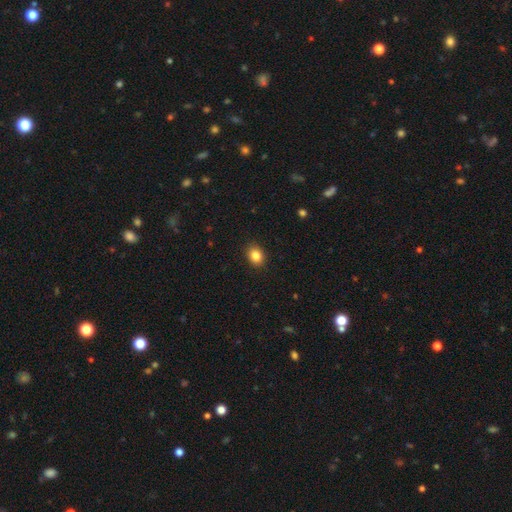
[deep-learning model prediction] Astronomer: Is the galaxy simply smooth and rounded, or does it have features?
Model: smooth — 86%.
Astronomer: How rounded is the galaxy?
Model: in between — 57% (runner-up: round, 42%).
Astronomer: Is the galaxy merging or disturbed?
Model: none — 89%.